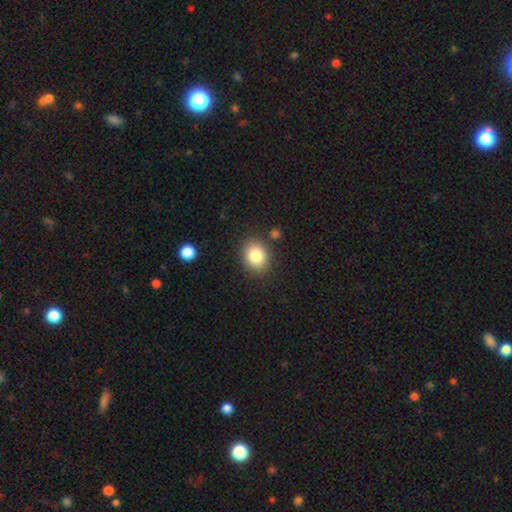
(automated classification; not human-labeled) This is clearly a smooth galaxy (83%). How rounded: possibly round (56%). Merging: clearly none (84%).